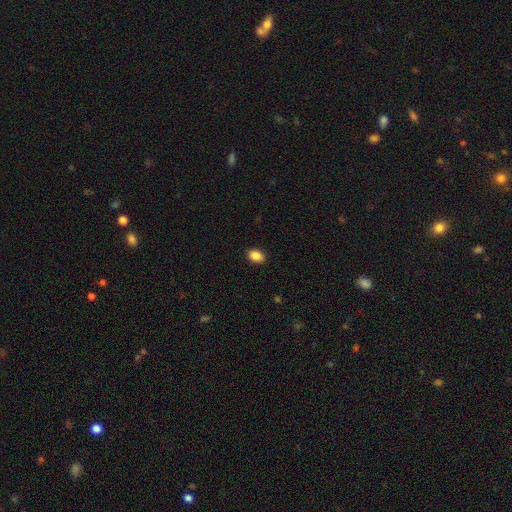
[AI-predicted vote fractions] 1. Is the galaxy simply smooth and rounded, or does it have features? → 89% smooth, 8% star or artifact, 3% featured or disk.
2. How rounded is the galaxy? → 80% in between, 19% round, 1% cigar-shaped.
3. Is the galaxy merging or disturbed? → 90% none, 7% minor disturbance, 2% major disturbance, 1% merger.